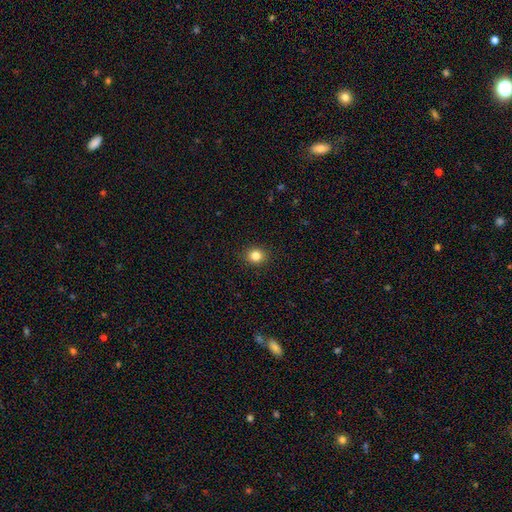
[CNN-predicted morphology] Smooth or featured?
  - smooth: 83% *
  - star or artifact: 12%
  - featured or disk: 5%
How rounded?
  - round: 77% *
  - in between: 22%
  - cigar-shaped: 1%
Merging?
  - none: 91% *
  - minor disturbance: 6%
  - major disturbance: 2%
  - merger: 1%